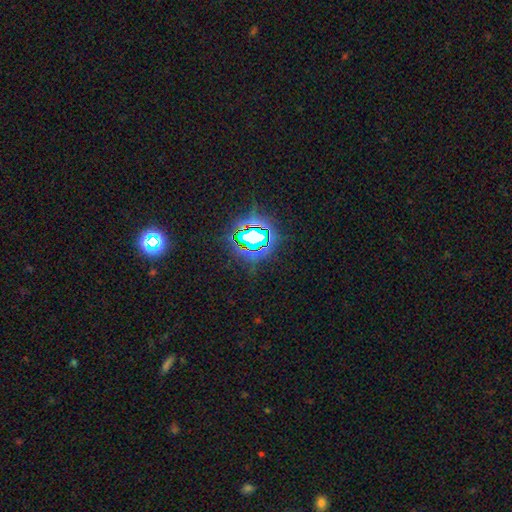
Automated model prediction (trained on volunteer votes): Smooth or featured: star or artifact — 81% (smooth — 12%)